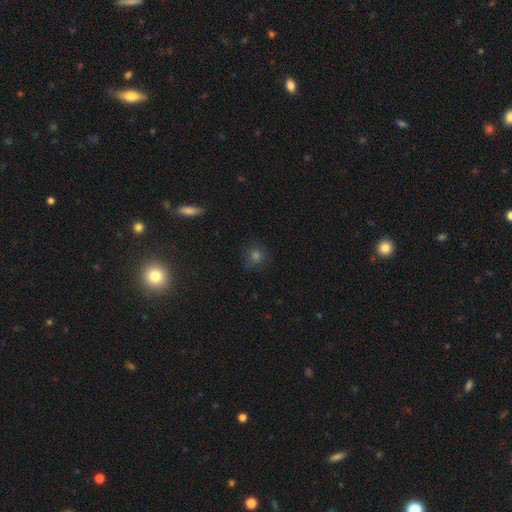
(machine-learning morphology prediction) Smooth or featured: smooth — 61% (star or artifact — 28%)
How rounded: round — 89% (in between — 10%)
Merging: none — 83% (minor disturbance — 11%)